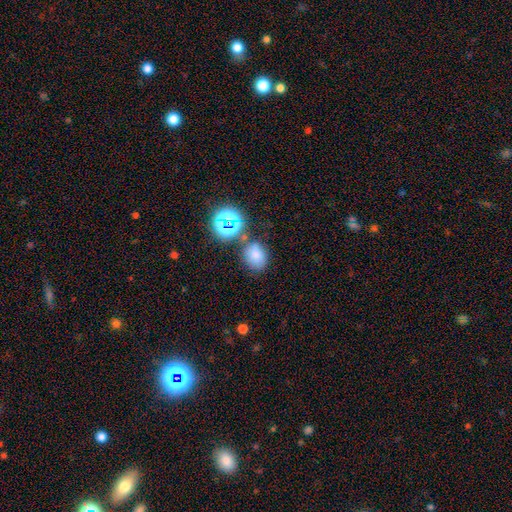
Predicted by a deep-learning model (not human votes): This appears to be a smooth galaxy with no disk features (71%) that is in between round and cigar-shaped (57%). Merging: none (69%).